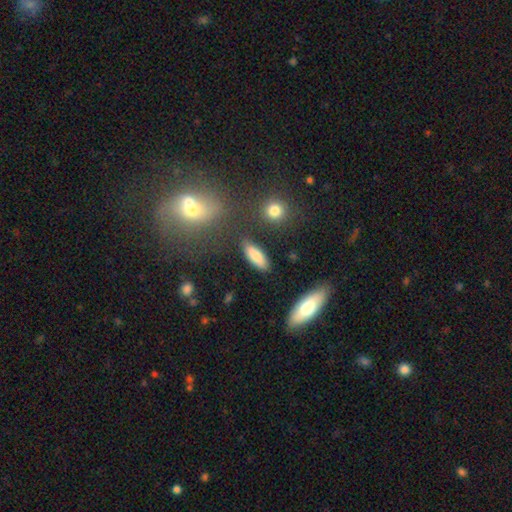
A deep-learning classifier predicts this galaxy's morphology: Smooth or featured? smooth (82%)
How rounded? in between (64%)
Merging? none (82%)